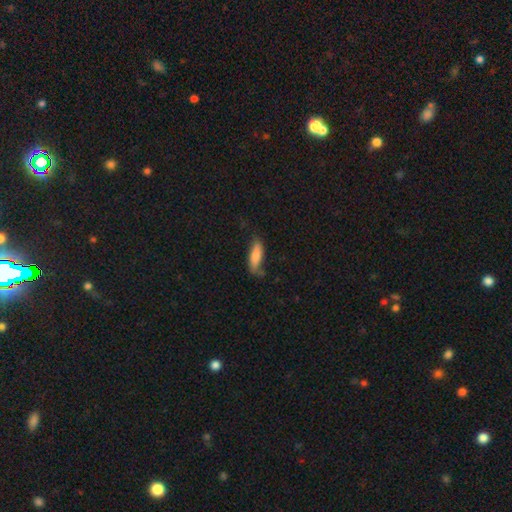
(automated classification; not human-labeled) Smooth or featured: smooth — 76% (featured or disk — 18%)
How rounded: cigar-shaped — 49% (tied with in between — 49%)
Merging: none — 62% (minor disturbance — 27%)